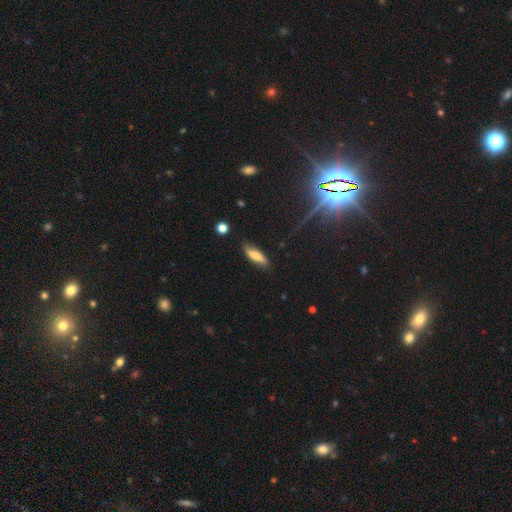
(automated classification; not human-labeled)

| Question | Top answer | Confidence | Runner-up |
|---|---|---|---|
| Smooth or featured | smooth | 68% | featured or disk (24%) |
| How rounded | cigar-shaped | 51% | in between (46%) |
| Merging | none | 71% | minor disturbance (23%) |